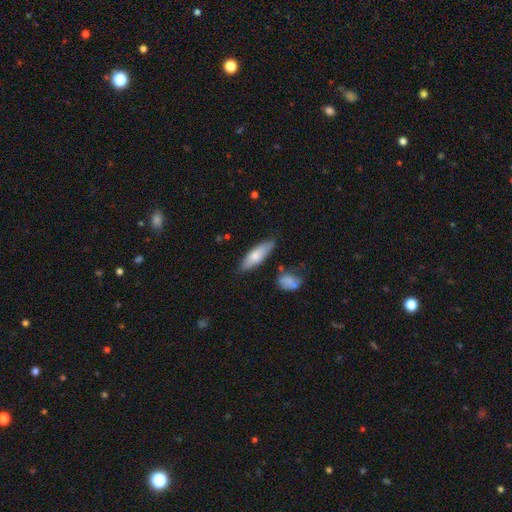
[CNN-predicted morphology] This appears to be a smooth galaxy with no disk features (73%) that is in between round and cigar-shaped (53%). Merging: none (78%).